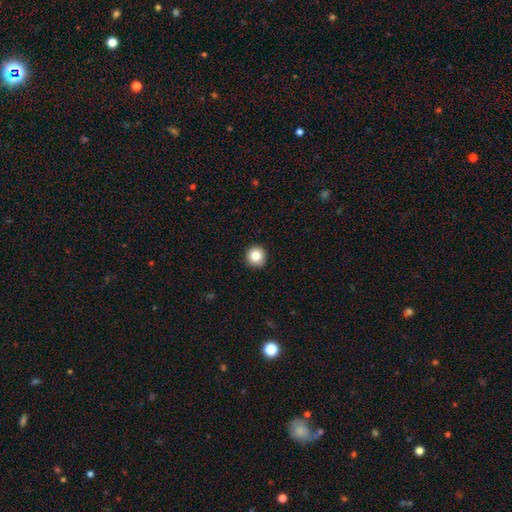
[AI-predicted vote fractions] A smooth galaxy with no disk features (84%) that is round (95%).

Vote fractions:
- Smooth or featured? smooth: 84% / star or artifact: 10% / featured or disk: 7%
- How rounded? round: 95% / in between: 4% / cigar-shaped: 1%
- Merging? none: 92% / minor disturbance: 5% / major disturbance: 1% / merger: 1%